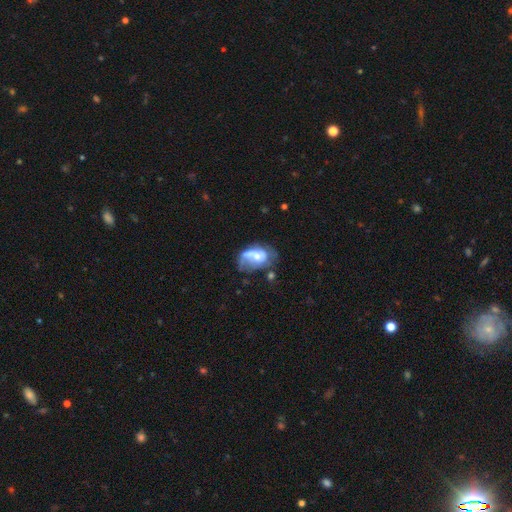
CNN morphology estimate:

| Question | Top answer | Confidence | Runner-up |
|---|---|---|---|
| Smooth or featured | featured or disk | 60% | smooth (31%) |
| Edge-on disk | no | 97% | yes (3%) |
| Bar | no | 65% | weak (28%) |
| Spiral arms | yes | 67% | no (33%) |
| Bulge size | moderate | 44% | small (39%) |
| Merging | none | 32% | major disturbance (28%) |